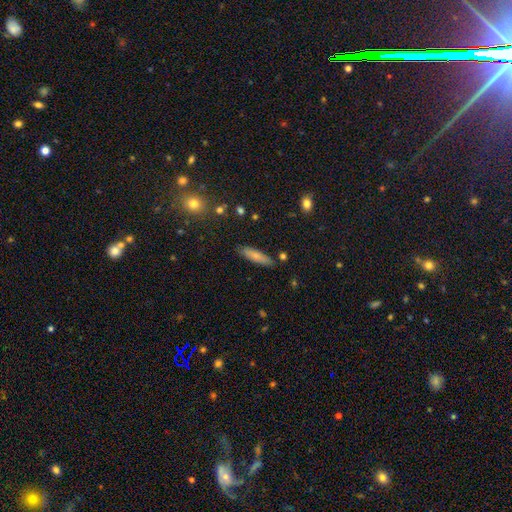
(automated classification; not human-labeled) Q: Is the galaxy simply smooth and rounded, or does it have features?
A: smooth — 78%.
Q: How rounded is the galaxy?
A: cigar-shaped — 72%.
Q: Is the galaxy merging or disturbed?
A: none — 84%.